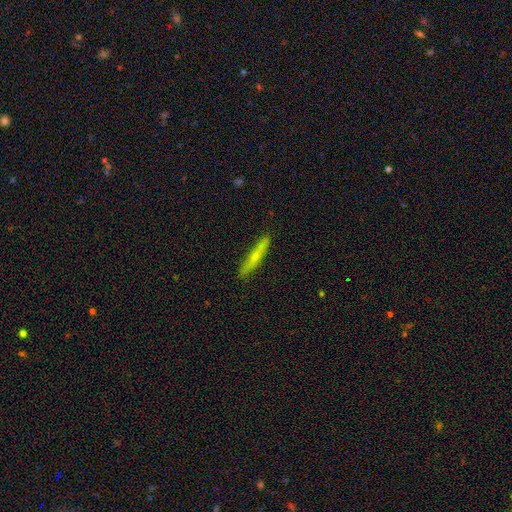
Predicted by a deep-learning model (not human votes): smooth 57%, featured or disk 37%, star or artifact 6%. Down the decision tree: how rounded — cigar-shaped (94%); merging — none (88%).